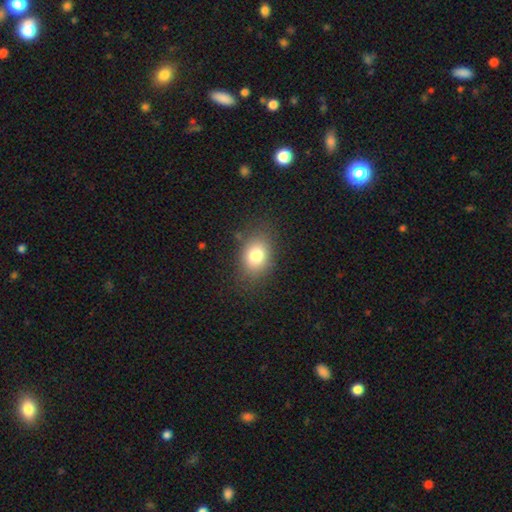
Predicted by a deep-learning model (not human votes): The model was most divided on "how rounded": in between: 68%, round: 31%, cigar-shaped: 1%. More confident: merging — none (81%); smooth or featured — smooth (78%).